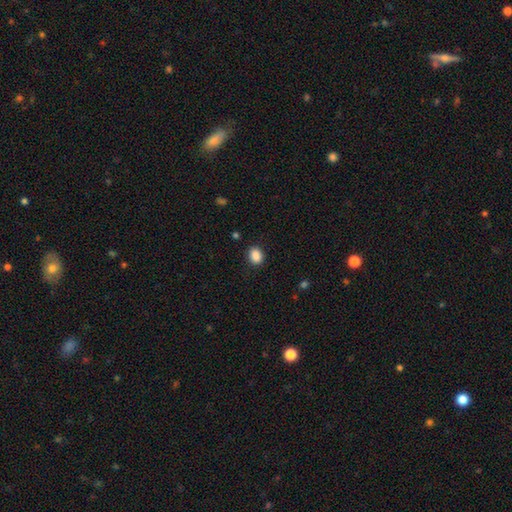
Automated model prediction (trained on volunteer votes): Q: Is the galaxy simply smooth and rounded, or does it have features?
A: smooth — 89%.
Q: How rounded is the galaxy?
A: in between — 52%.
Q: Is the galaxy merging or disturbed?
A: none — 88%.